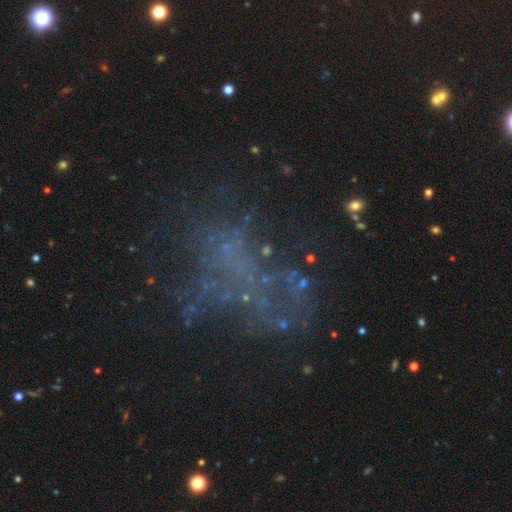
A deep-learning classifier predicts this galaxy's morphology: smooth_or_featured: star or artifact (p=0.41) [alt: featured or disk p=0.40]